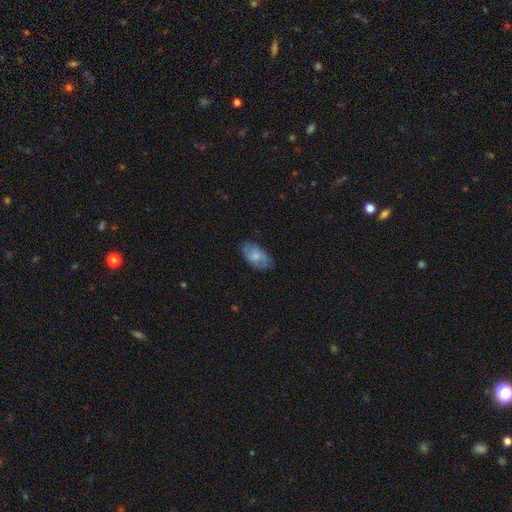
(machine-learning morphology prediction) Smooth or featured? smooth (65%)
How rounded? in between (93%)
Merging? none (76%)